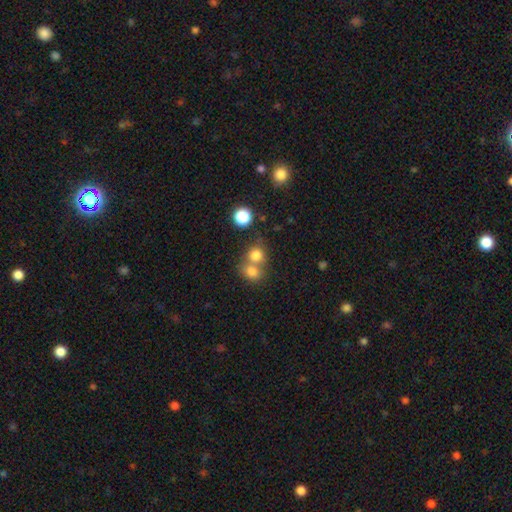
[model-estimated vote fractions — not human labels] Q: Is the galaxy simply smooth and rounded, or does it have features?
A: smooth — 78%.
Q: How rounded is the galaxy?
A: round — 75%.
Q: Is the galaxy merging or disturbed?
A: merger — 52%.